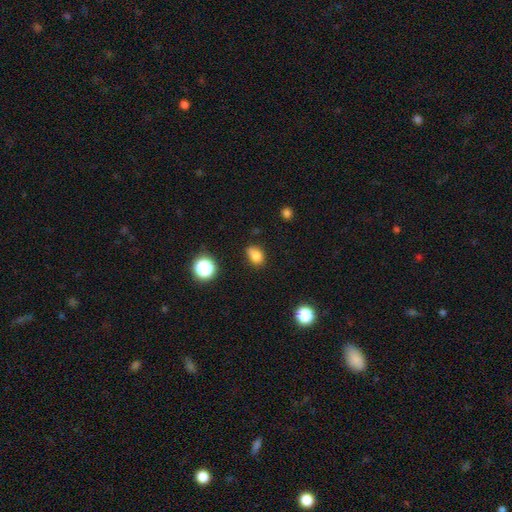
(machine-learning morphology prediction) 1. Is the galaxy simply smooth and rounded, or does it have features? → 80% smooth, 13% star or artifact, 7% featured or disk.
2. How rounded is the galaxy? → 65% in between, 34% round, 1% cigar-shaped.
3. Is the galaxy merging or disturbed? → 61% none, 26% minor disturbance, 6% major disturbance, 6% merger.